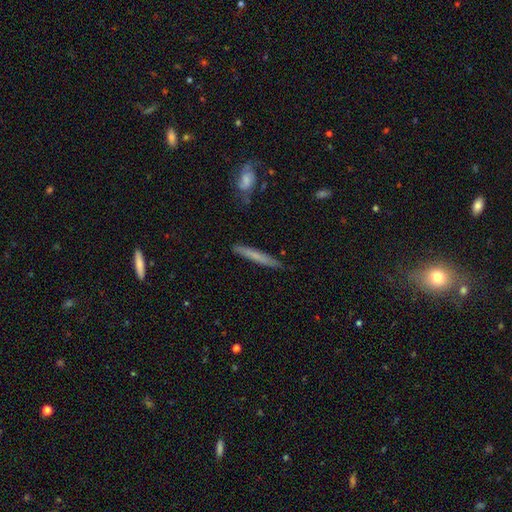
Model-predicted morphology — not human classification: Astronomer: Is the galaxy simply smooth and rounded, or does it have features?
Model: smooth — 60%.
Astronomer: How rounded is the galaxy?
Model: cigar-shaped — 95%.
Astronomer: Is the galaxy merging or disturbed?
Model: none — 85%.